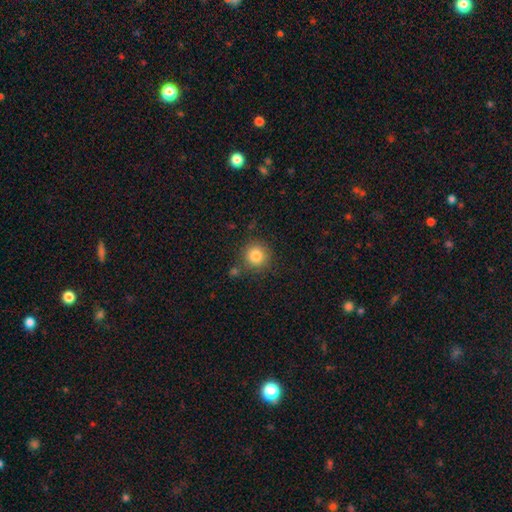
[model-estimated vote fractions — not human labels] This is clearly a smooth galaxy (84%). How rounded: clearly round (93%). Merging: clearly none (81%).